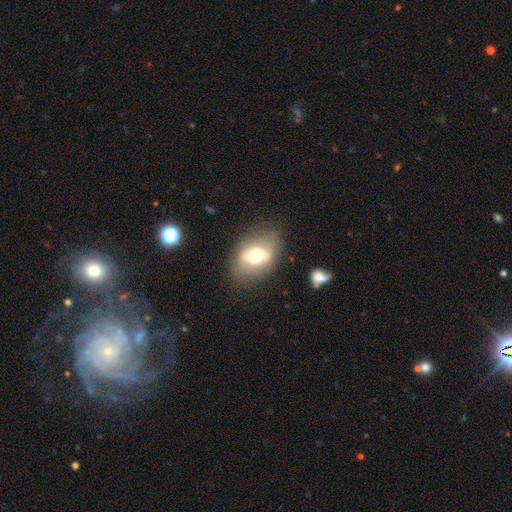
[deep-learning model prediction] This is possibly a smooth galaxy (51%). How rounded: likely in between (75%). Merging: likely none (76%).